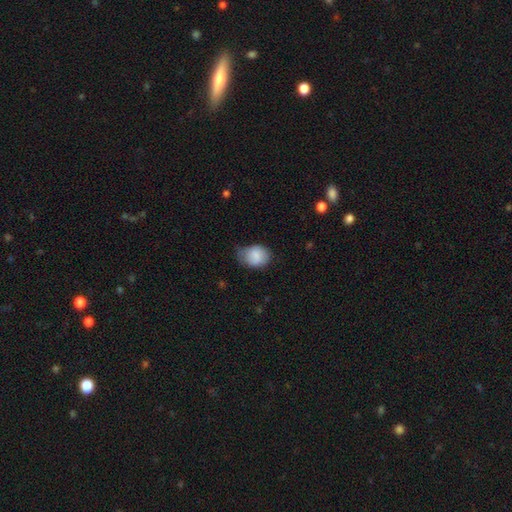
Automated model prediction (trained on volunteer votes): Smooth or featured? smooth (83%)
How rounded? in between (58%)
Merging? none (47%)